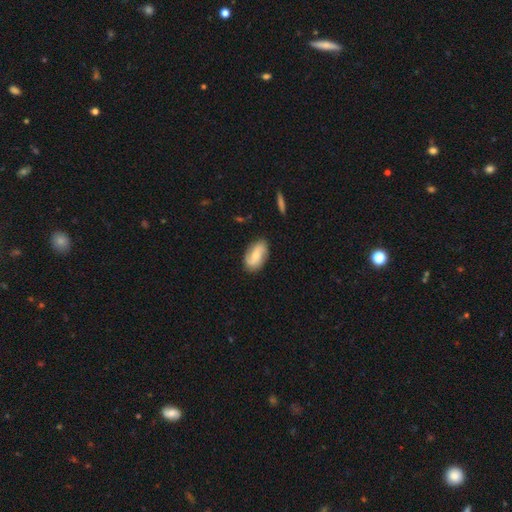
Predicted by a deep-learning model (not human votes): A featured or disk galaxy (55%) with no bar (54%), spiral arms (89%) and a small central bulge (50%).

Vote fractions:
- Smooth or featured? featured or disk: 55% / smooth: 39% / star or artifact: 7%
- Edge-on disk? no: 95% / yes: 5%
- Bar? no: 54% / weak: 35% / strong: 11%
- Spiral arms? yes: 89% / no: 11%
- Bulge size? small: 50% / moderate: 43% / none: 4% / large: 3% / dominant: 1%
- Merging? none: 81% / minor disturbance: 14% / major disturbance: 3% / merger: 2%